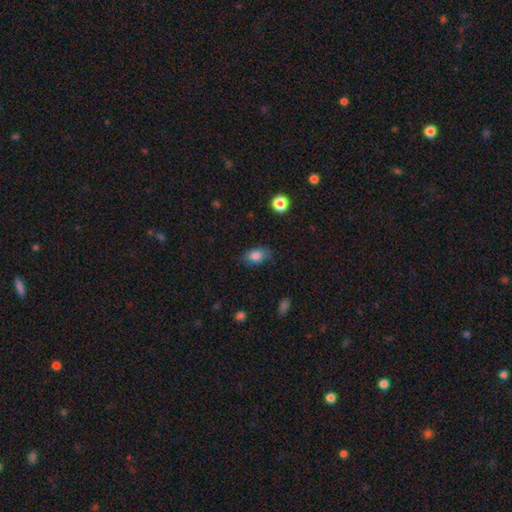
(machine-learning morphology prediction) Overall: smooth (82%). How rounded: in between (82%). Merging: none (76%).